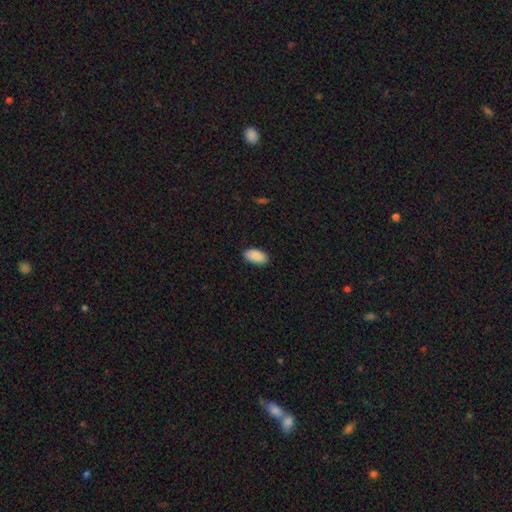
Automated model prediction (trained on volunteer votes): smooth 90%, star or artifact 6%, featured or disk 4%. Down the decision tree: how rounded — in between (95%); merging — none (87%).